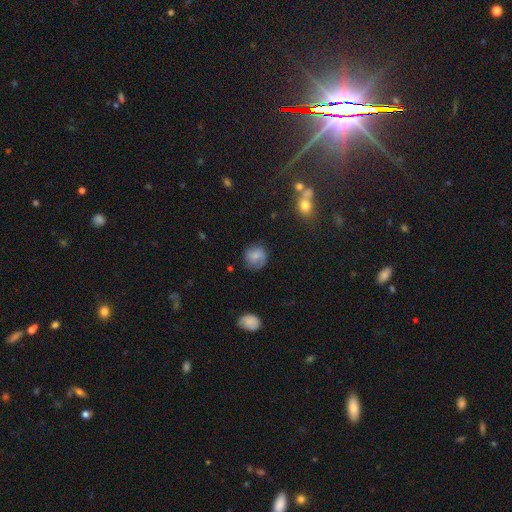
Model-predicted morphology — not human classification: A smooth galaxy with no disk features (59%) that is round (80%). Merging: none (67%).